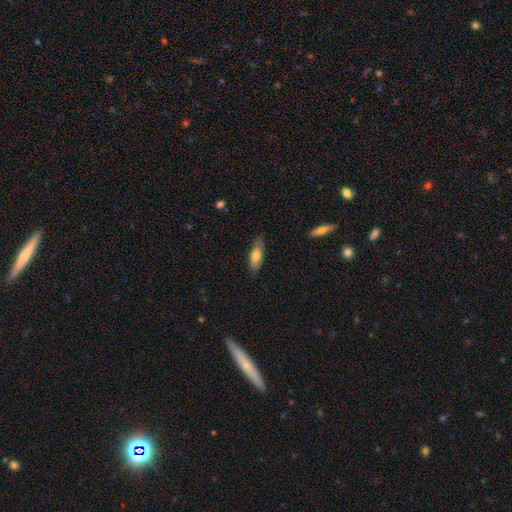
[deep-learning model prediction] Smooth or featured? smooth (73%)
How rounded? in between (74%)
Merging? none (77%)